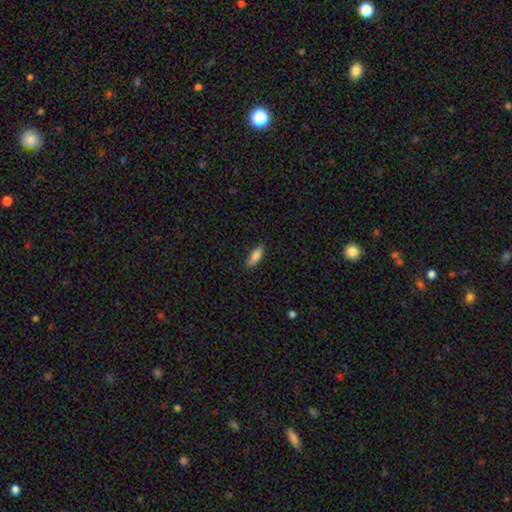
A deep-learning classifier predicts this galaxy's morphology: smooth_or_featured: smooth (p=0.85) [alt: featured or disk p=0.08]
how_rounded: in between (p=0.69) [alt: cigar-shaped p=0.28]
merging: none (p=0.82) [alt: minor disturbance p=0.14]